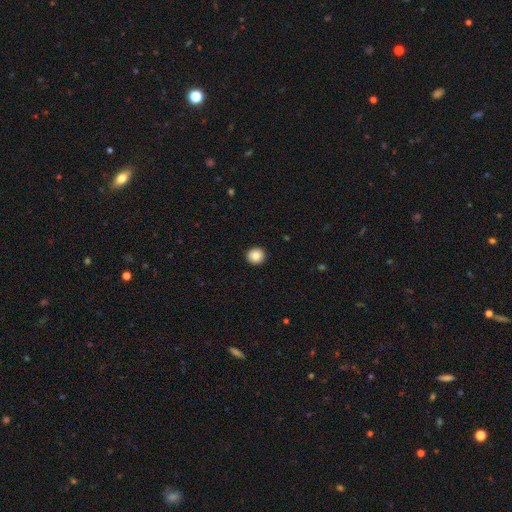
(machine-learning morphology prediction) Q: Smooth or featured?
A: smooth (84%); runner-up: star or artifact (9%)
Q: How rounded?
A: round (94%); runner-up: in between (5%)
Q: Merging?
A: none (93%); runner-up: minor disturbance (4%)